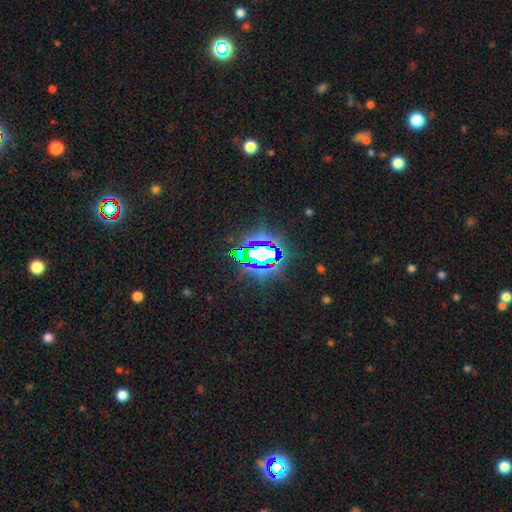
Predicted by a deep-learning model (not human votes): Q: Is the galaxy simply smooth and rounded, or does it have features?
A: star or artifact — 84%.